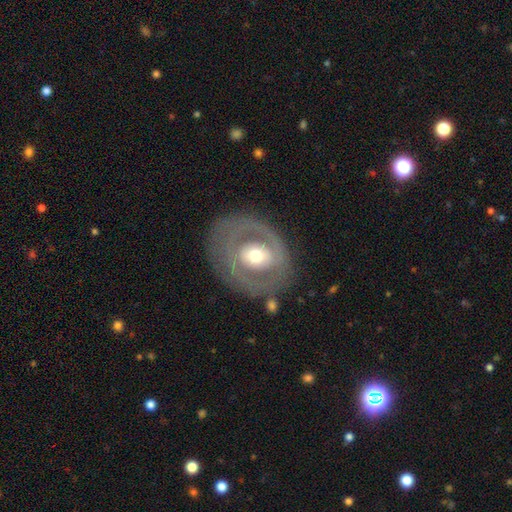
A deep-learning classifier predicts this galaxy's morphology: Smooth or featured? featured or disk (72%)
Edge-on disk? no (95%)
Bar? no (40%)
Spiral arms? yes (54%)
Bulge size? moderate (66%)
Merging? none (73%)